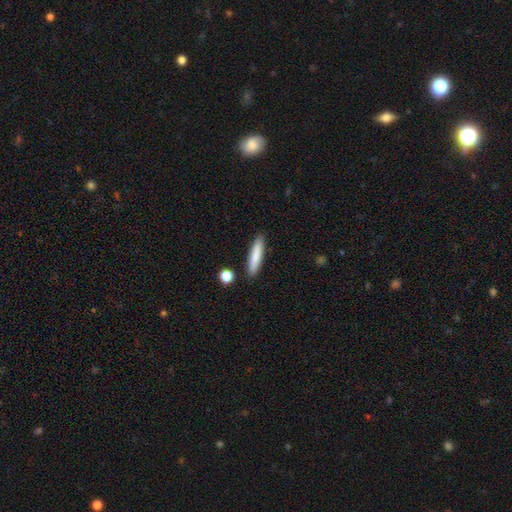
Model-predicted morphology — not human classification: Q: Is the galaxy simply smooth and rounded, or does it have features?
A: smooth — 81%.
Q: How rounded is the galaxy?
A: cigar-shaped — 87%.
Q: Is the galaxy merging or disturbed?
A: none — 88%.